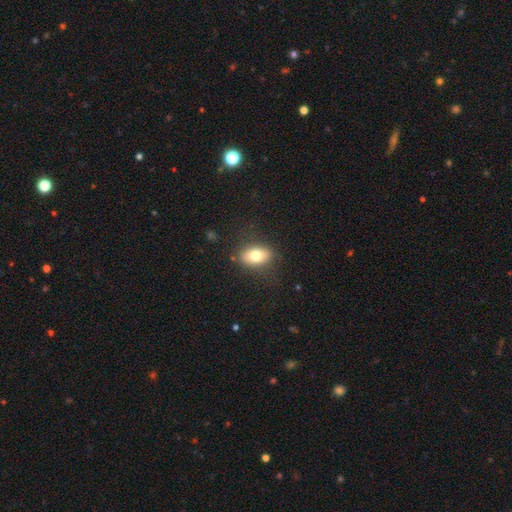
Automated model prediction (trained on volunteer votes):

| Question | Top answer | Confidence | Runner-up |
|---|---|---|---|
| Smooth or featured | smooth | 75% | featured or disk (16%) |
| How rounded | in between | 84% | round (14%) |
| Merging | none | 81% | minor disturbance (13%) |